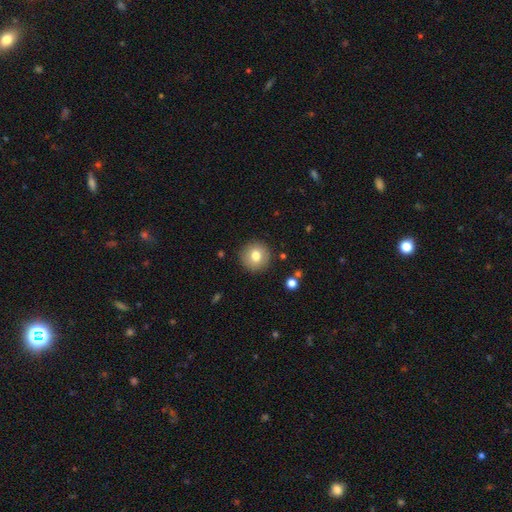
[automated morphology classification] Smooth or featured? smooth (78%)
How rounded? round (94%)
Merging? none (90%)